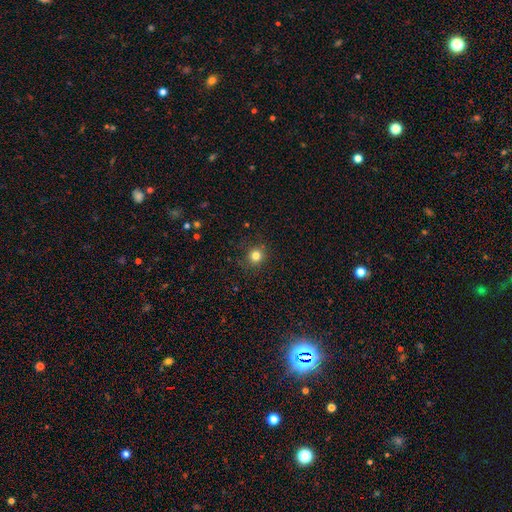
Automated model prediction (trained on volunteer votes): smooth_or_featured: smooth (p=0.81) [alt: star or artifact p=0.14]
how_rounded: round (p=0.92) [alt: in between p=0.08]
merging: none (p=0.88) [alt: minor disturbance p=0.08]